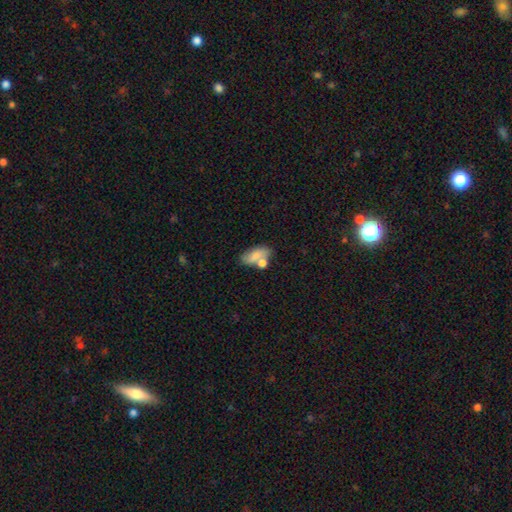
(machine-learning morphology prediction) The model was most divided on "merging": none: 51%, merger: 27%, minor disturbance: 16%, major disturbance: 6%. More confident: how rounded — in between (87%); smooth or featured — smooth (76%).